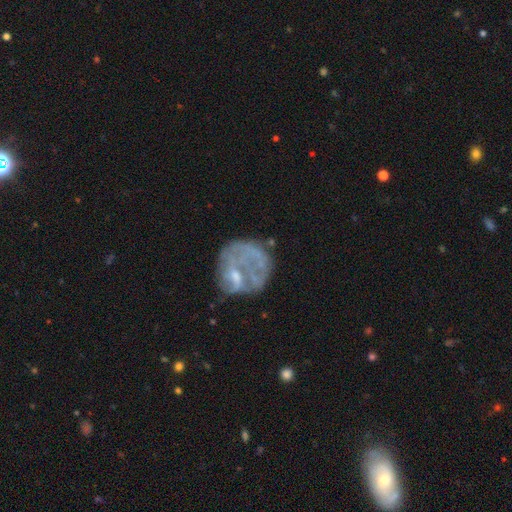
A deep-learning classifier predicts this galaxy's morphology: Smooth or featured?
  - featured or disk: 56% *
  - smooth: 32%
  - star or artifact: 12%
Edge-on disk?
  - no: 98% *
  - yes: 2%
Bar?
  - no: 73% *
  - weak: 21%
  - strong: 6%
Spiral arms?
  - no: 78% *
  - yes: 22%
Bulge size?
  - none: 42% *
  - small: 32%
  - moderate: 23%
  - large: 2%
  - dominant: 1%
Merging?
  - major disturbance: 37% * (tied)
  - none: 37% * (tied)
  - minor disturbance: 19%
  - merger: 7%